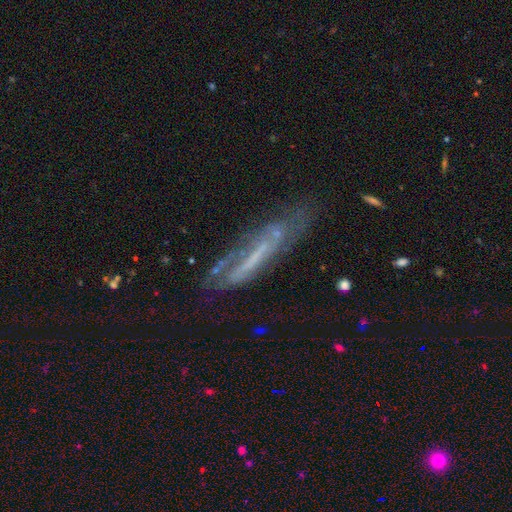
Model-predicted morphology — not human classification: This is likely a featured or disk galaxy (64%). It is possibly viewed edge-on (51%). Merging: possibly none (54%).